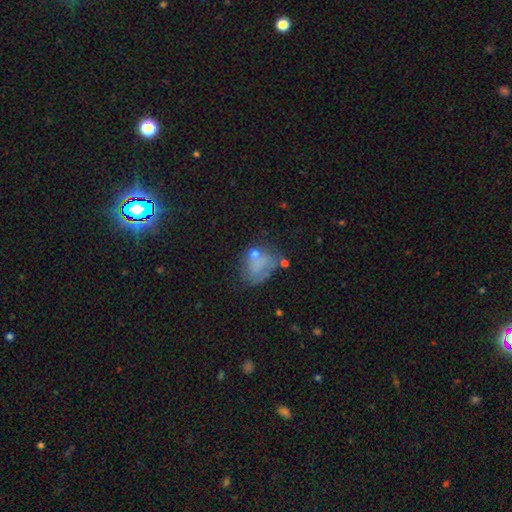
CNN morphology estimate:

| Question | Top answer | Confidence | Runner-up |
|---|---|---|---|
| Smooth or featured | smooth | 54% | featured or disk (27%) |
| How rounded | in between | 59% | round (39%) |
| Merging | none | 37% | minor disturbance (26%) |